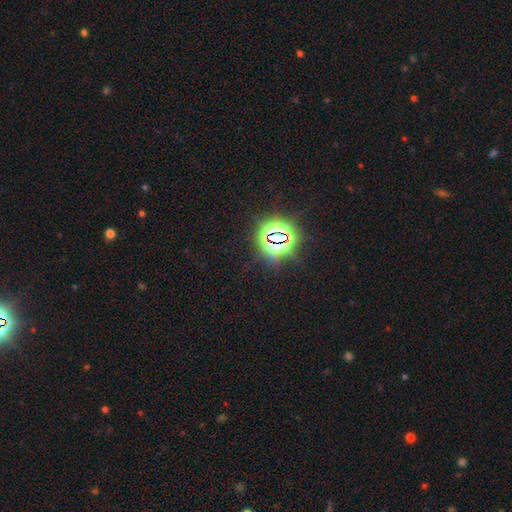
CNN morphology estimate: This appears to be a star or artifact, not a galaxy (81%).